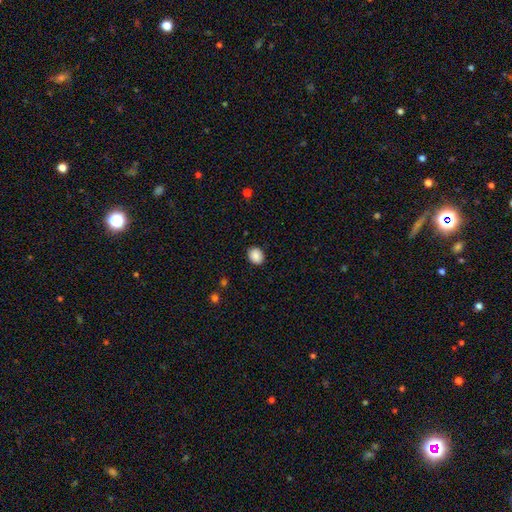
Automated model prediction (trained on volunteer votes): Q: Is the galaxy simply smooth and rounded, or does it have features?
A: smooth — 88%.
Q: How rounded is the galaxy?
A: round — 52%.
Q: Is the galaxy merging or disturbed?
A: none — 88%.